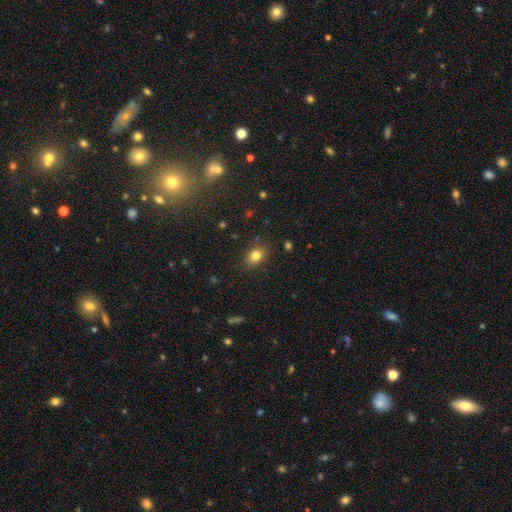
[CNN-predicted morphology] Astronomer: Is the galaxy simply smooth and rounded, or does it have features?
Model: smooth — 81%.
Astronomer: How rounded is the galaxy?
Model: in between — 65%.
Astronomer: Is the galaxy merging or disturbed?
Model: none — 82%.